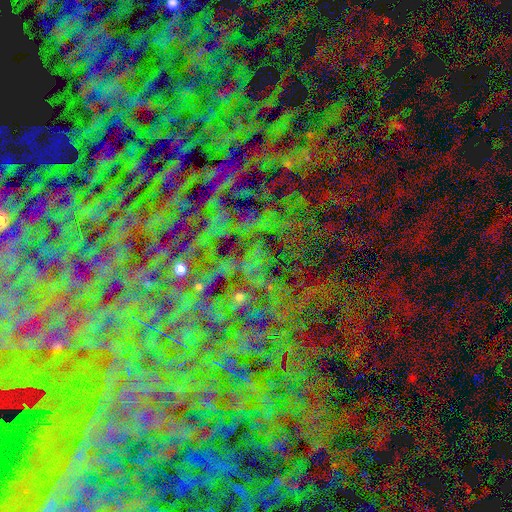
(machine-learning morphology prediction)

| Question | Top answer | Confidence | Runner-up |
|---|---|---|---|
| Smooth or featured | star or artifact | 81% | featured or disk (10%) |